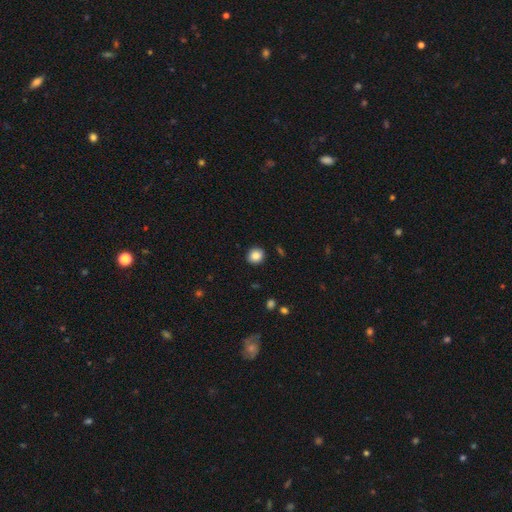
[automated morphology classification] Q: Smooth or featured?
A: smooth (86%); runner-up: star or artifact (9%)
Q: How rounded?
A: round (78%); runner-up: in between (21%)
Q: Merging?
A: none (90%); runner-up: minor disturbance (7%)